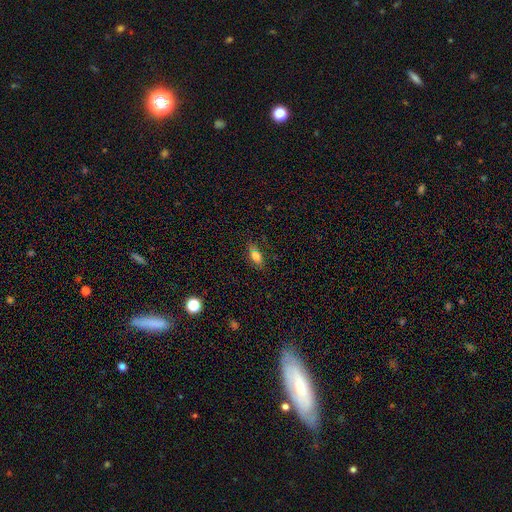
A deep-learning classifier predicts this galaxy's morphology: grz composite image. It shows a smooth galaxy with no disk features (78%) that is in between round and cigar-shaped (81%). Merging: none (80%).